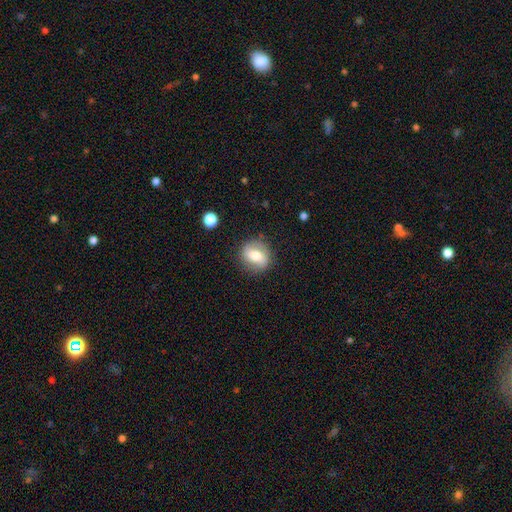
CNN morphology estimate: Smooth or featured? smooth (60%)
How rounded? round (67%)
Merging? none (81%)